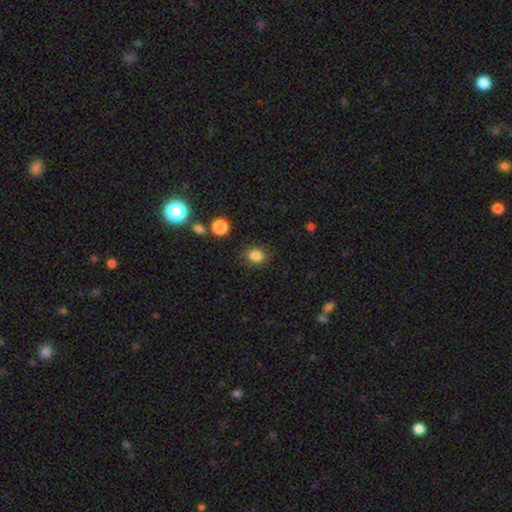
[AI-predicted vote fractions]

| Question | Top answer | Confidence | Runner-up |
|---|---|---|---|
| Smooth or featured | smooth | 83% | star or artifact (12%) |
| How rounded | round | 55% | in between (44%) |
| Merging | none | 84% | minor disturbance (11%) |